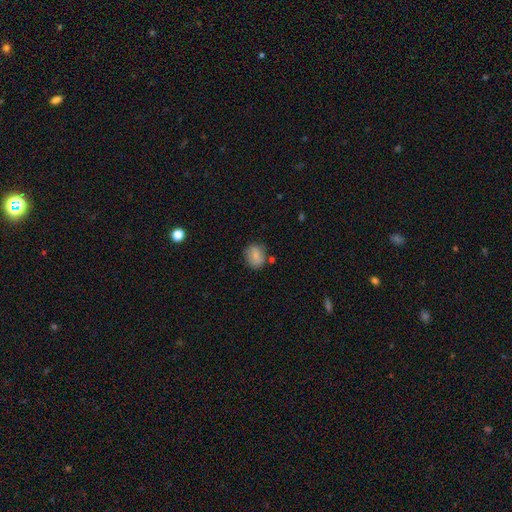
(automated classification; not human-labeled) Overall: smooth (79%). How rounded: round (60%; in between 39%). Merging: none (72%).